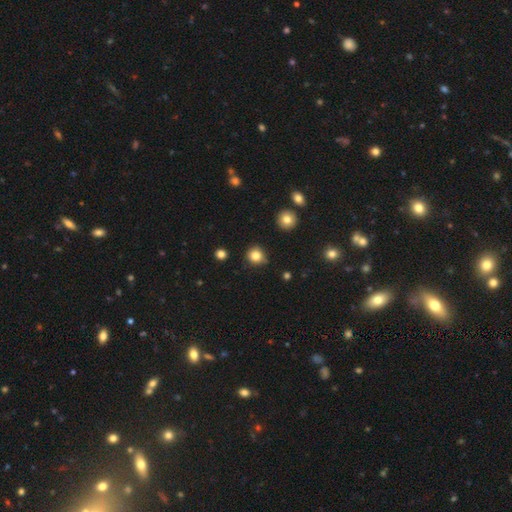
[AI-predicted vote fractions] Smooth or featured: smooth — 83% (star or artifact — 12%)
How rounded: round — 90% (in between — 9%)
Merging: none — 84% (minor disturbance — 12%)